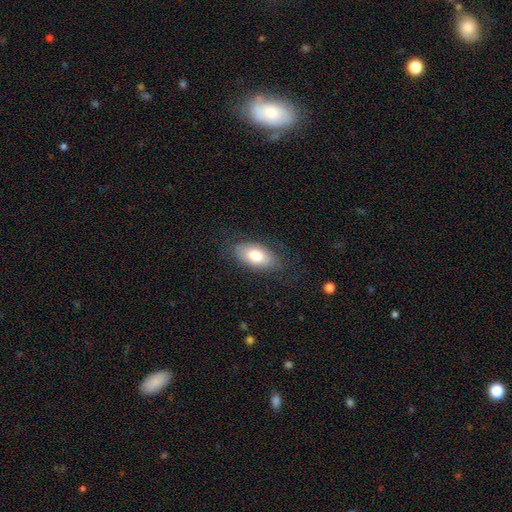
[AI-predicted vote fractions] This appears to be a smooth galaxy with no disk features (75%) that is in between round and cigar-shaped (92%). Merging: none (78%).